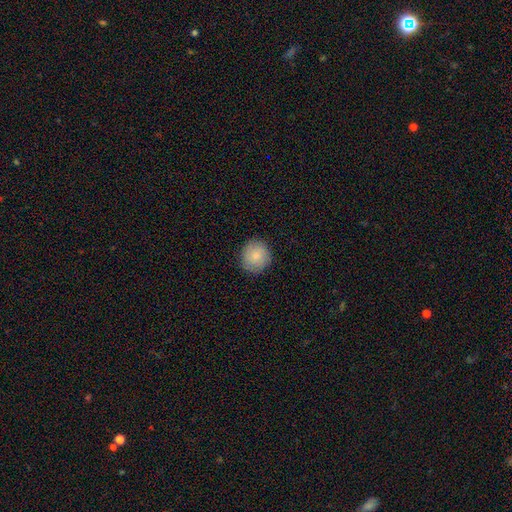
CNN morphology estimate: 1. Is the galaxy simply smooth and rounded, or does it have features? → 81% smooth, 12% featured or disk, 7% star or artifact.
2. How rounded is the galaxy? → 89% round, 10% in between, 1% cigar-shaped.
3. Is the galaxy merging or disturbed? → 86% none, 10% minor disturbance, 2% major disturbance, 1% merger.